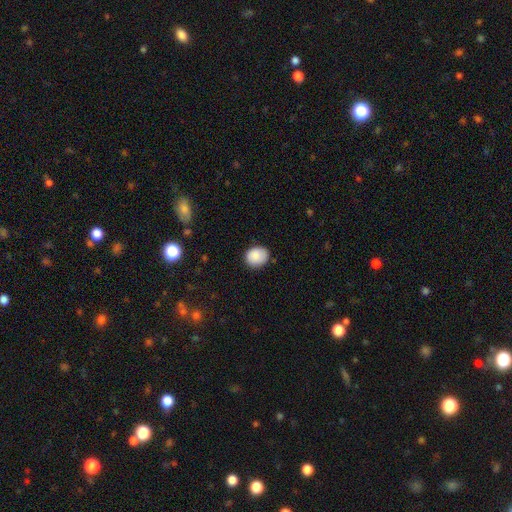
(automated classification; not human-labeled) Smooth or featured?
  - smooth: 87% *
  - star or artifact: 8%
  - featured or disk: 5%
How rounded?
  - round: 61% *
  - in between: 38%
  - cigar-shaped: 1%
Merging?
  - none: 80% *
  - minor disturbance: 16%
  - major disturbance: 3%
  - merger: 1%